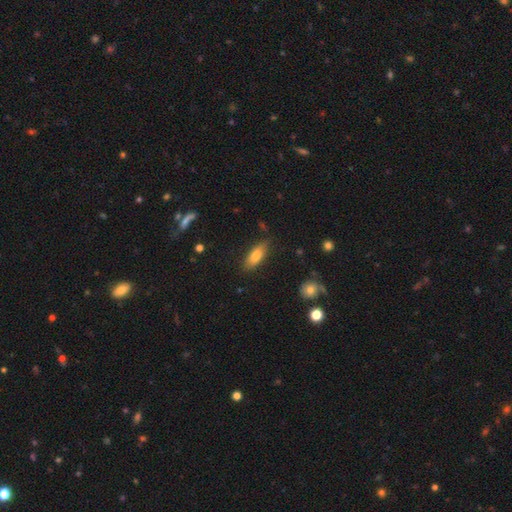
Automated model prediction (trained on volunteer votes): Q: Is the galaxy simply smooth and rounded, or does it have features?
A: smooth — 79%.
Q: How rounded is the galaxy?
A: in between — 71%.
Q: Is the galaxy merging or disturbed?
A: none — 79%.